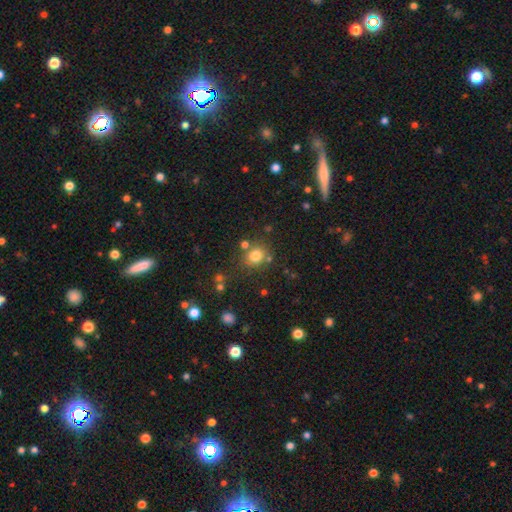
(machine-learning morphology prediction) This is likely a smooth galaxy (78%). How rounded: likely round (79%). Merging: likely none (73%).